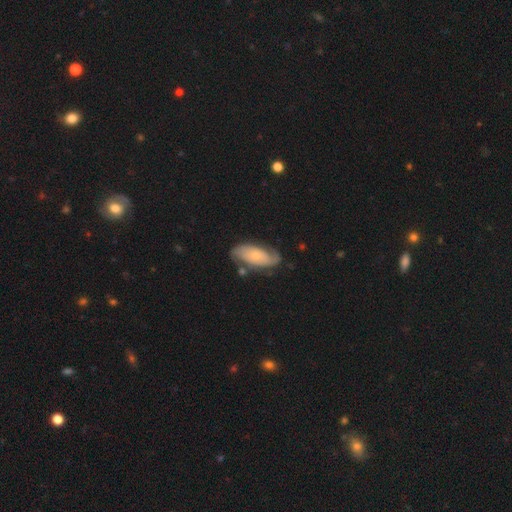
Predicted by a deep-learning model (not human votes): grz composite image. It shows a featured or disk galaxy (67%) with no bar (76%), 2 (73%) tight (46%) spiral arms (86%) and a small central bulge (67%). Merging: none (70%).